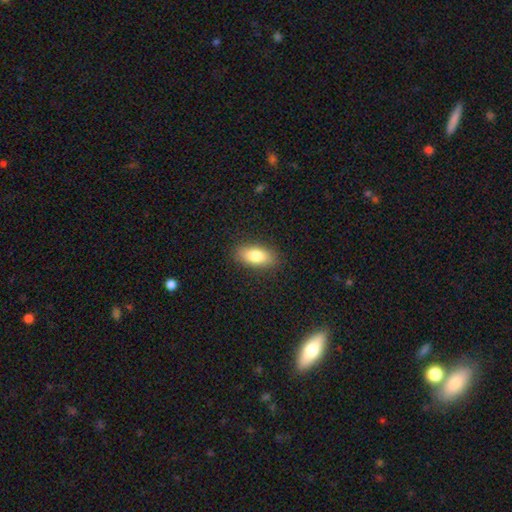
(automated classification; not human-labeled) Smooth or featured? Predicted: smooth (p=0.81). How rounded? Predicted: in between (p=0.85). Merging? Predicted: none (p=0.87).